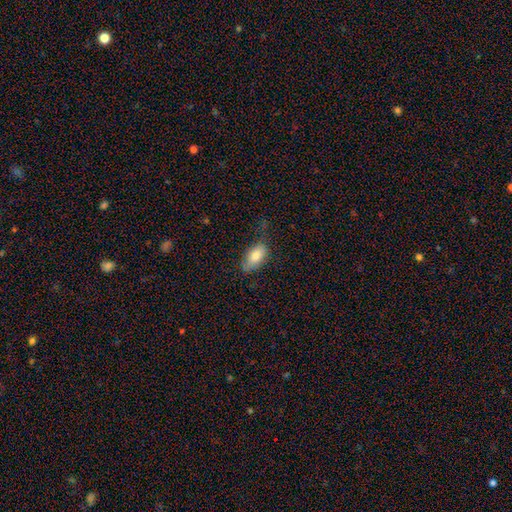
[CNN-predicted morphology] Smooth or featured? Predicted: smooth (p=0.78). How rounded? Predicted: in between (p=0.92). Merging? Predicted: none (p=0.61).